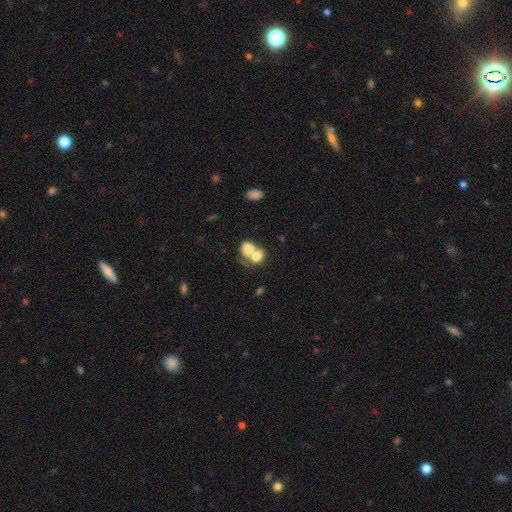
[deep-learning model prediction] Smooth or featured: smooth — 71% (featured or disk — 21%)
How rounded: in between — 58% (round — 40%)
Merging: merger — 73% (none — 15%)